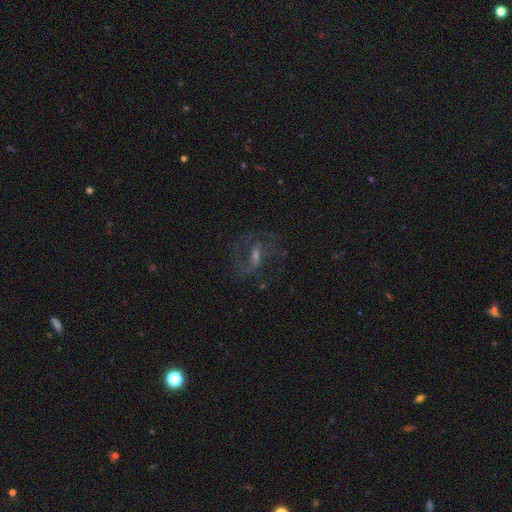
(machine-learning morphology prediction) Smooth or featured? featured or disk (74%)
Edge-on disk? no (95%)
Bar? weak (50%)
Spiral arms? yes (88%)
Spiral winding? medium (48%)
Spiral arm count? 2 (77%)
Bulge size? small (43%)
Merging? none (64%)